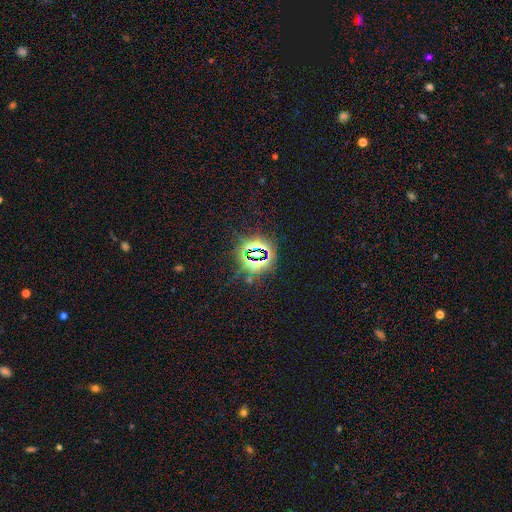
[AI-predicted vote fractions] smooth-or-featured: star or artifact: 80% | smooth: 12% | featured or disk: 8%